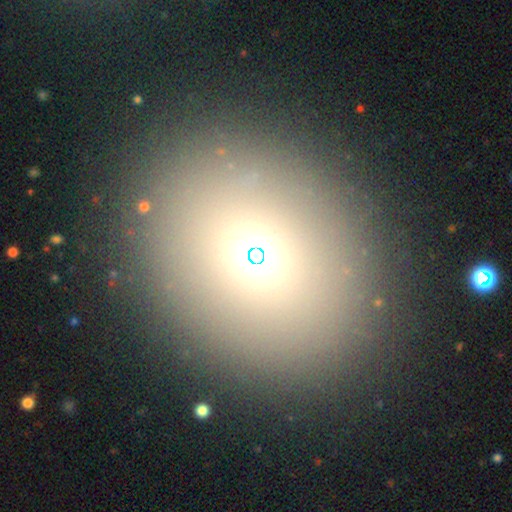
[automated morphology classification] smooth 66%, star or artifact 21%, featured or disk 13%. Down the decision tree: how rounded — round (60%); merging — none (83%).